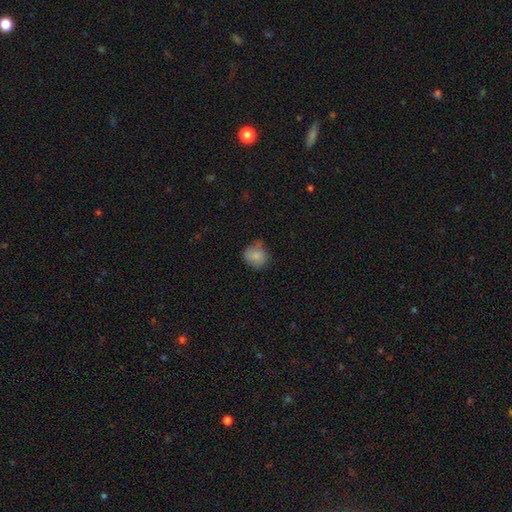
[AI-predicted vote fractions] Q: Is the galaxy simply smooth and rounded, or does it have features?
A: smooth — 80%.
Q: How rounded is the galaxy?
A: round — 75%.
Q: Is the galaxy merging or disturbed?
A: none — 55%.